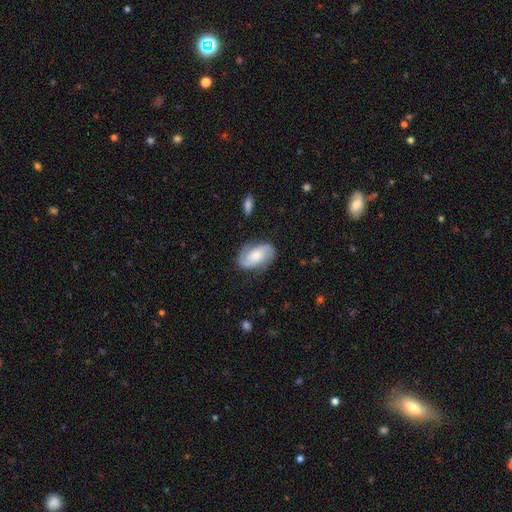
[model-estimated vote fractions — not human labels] This is likely a featured or disk galaxy (70%). It is clearly not viewed edge-on (97%). Bar: possibly no (57%). Spiral arm pattern: clearly yes (94%). Spiral arm count: clearly 2 (88%). Spiral winding: possibly medium (46%). Central bulge: marginally moderate (45%). Merging: likely none (77%).